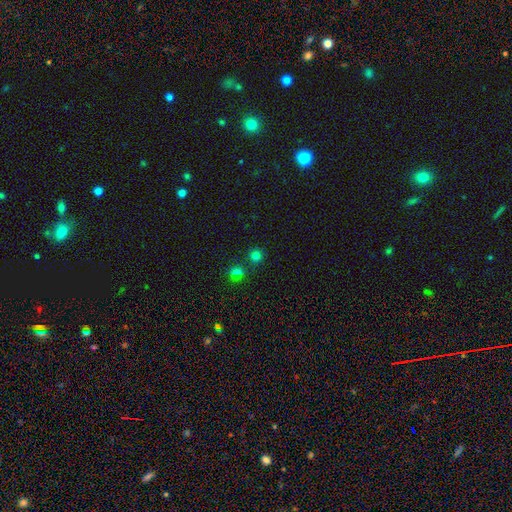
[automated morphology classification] Smooth or featured?
  - smooth: 75% *
  - star or artifact: 20%
  - featured or disk: 5%
How rounded?
  - round: 93% *
  - in between: 6%
  - cigar-shaped: 1%
Merging?
  - none: 79% *
  - merger: 12%
  - minor disturbance: 7%
  - major disturbance: 2%